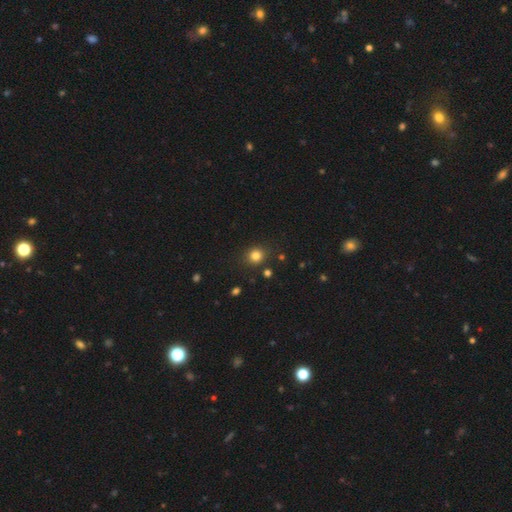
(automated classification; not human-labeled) Smooth or featured: smooth — 81% (star or artifact — 14%)
How rounded: round — 87% (in between — 12%)
Merging: none — 87% (minor disturbance — 8%)